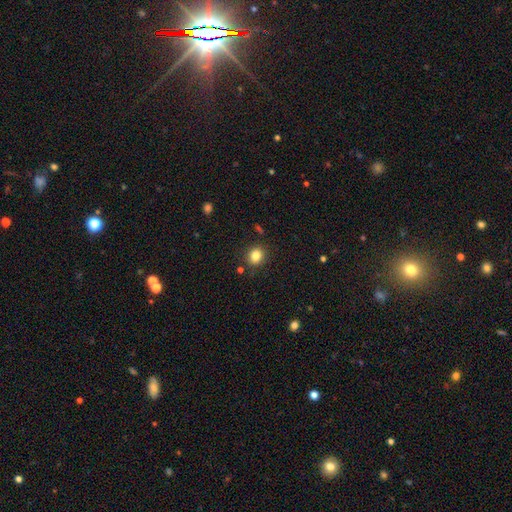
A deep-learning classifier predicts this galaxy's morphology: Smooth or featured?
  - smooth: 84% *
  - star or artifact: 11%
  - featured or disk: 5%
How rounded?
  - round: 64% *
  - in between: 35%
  - cigar-shaped: 1%
Merging?
  - none: 85% *
  - minor disturbance: 9%
  - major disturbance: 3%
  - merger: 3%